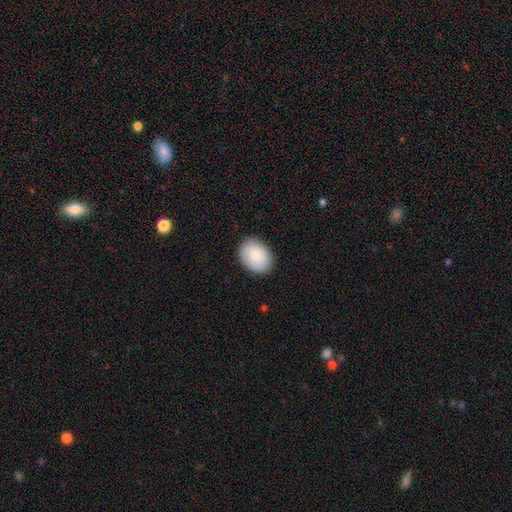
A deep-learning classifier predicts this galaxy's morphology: Overall: smooth (86%). How rounded: in between (72%). Merging: none (87%).